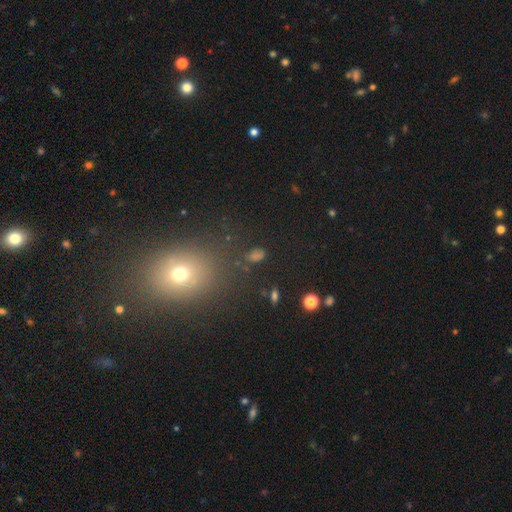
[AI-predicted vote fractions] The model was most divided on "how rounded": in between: 54%, round: 42%, cigar-shaped: 4%. More confident: merging — none (73%); smooth or featured — smooth (52%).